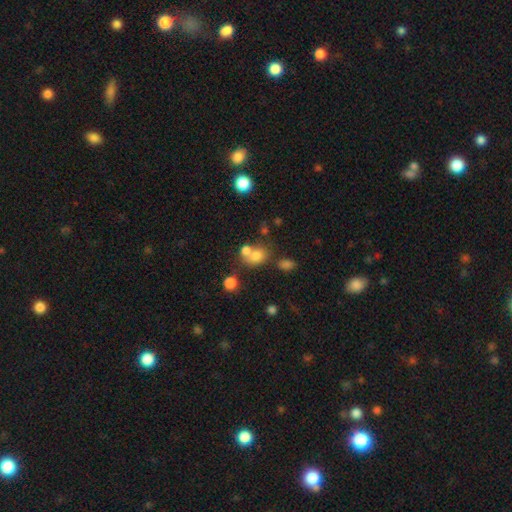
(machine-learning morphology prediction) Smooth or featured? smooth (74%)
How rounded? round (54%)
Merging? merger (47%)